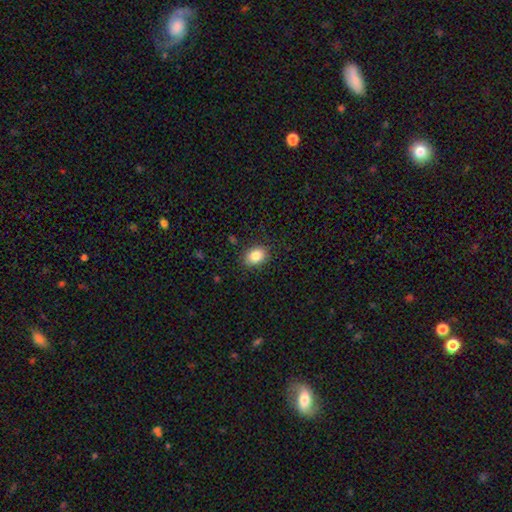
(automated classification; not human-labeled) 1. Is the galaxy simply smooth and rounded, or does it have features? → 86% smooth, 9% star or artifact, 6% featured or disk.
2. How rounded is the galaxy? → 71% in between, 28% round, 1% cigar-shaped.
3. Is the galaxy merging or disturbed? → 86% none, 10% minor disturbance, 3% major disturbance, 1% merger.